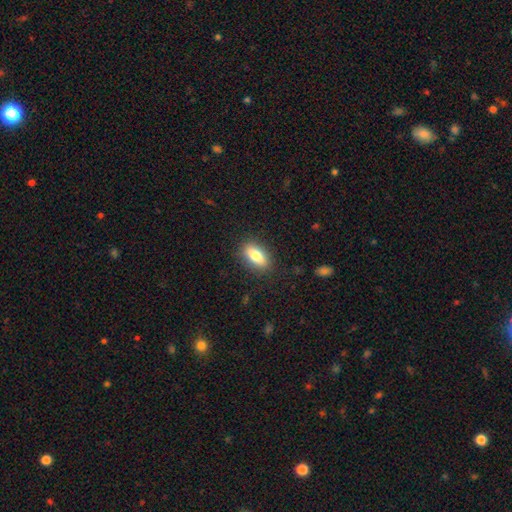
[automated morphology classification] Smooth or featured: smooth — 78% (featured or disk — 14%)
How rounded: in between — 82% (cigar-shaped — 13%)
Merging: none — 86% (minor disturbance — 10%)